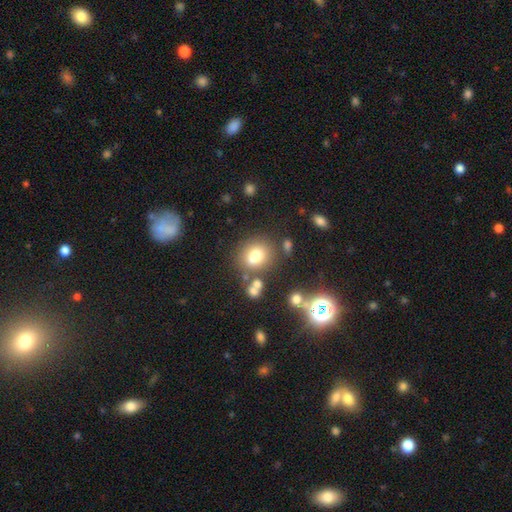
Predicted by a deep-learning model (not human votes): The model was most divided on "how rounded": round: 70%, in between: 29%, cigar-shaped: 1%. More confident: smooth or featured — smooth (73%); merging — none (67%).